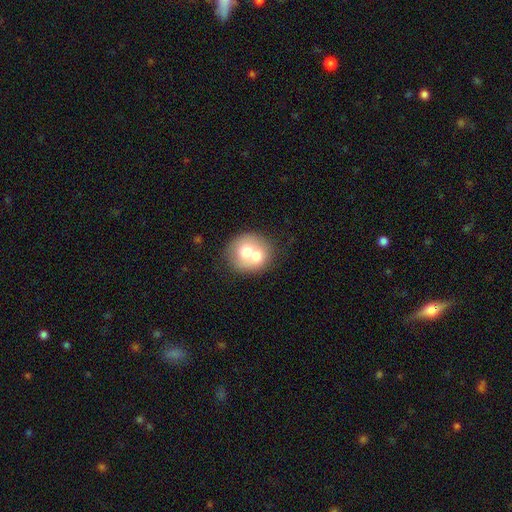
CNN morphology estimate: A smooth galaxy with no disk features (62%) that is round (80%). Merging: merger (57%).